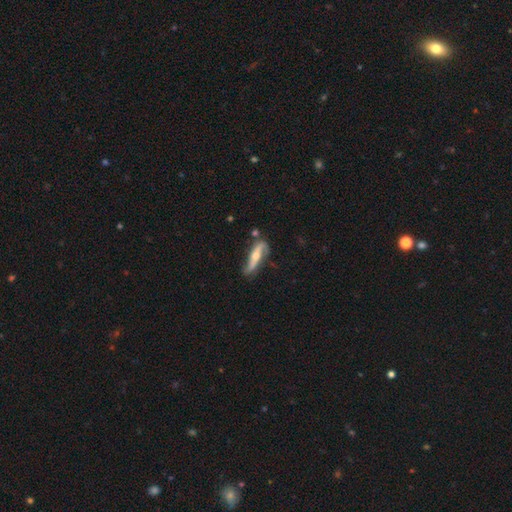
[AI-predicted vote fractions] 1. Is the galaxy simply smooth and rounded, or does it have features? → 70% featured or disk, 24% smooth, 5% star or artifact.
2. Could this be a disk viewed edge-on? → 61% no, 39% yes.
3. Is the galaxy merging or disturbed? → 59% none, 26% minor disturbance, 10% major disturbance, 6% merger.